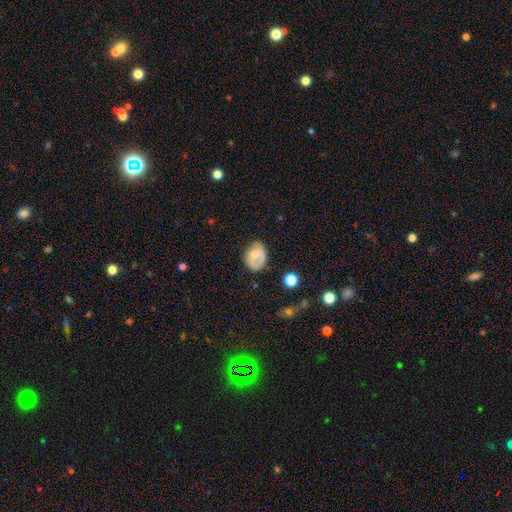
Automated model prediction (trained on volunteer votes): A smooth galaxy with no disk features (61%) that is in between round and cigar-shaped (65%). Merging: none (58%).